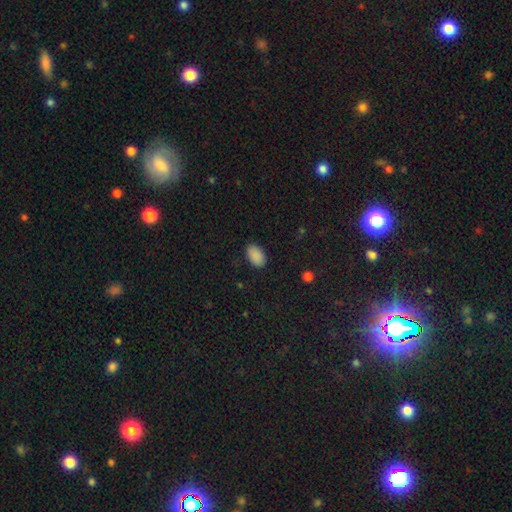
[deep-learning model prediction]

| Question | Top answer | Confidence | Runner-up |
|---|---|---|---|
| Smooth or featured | smooth | 90% | star or artifact (8%) |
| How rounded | in between | 93% | round (6%) |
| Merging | none | 87% | minor disturbance (10%) |